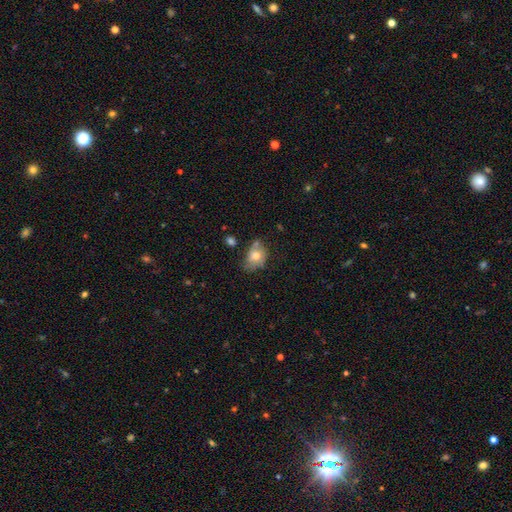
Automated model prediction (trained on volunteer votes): A smooth galaxy with no disk features (68%) that is in between round and cigar-shaped (64%).

Vote fractions:
- Smooth or featured? smooth: 68% / featured or disk: 23% / star or artifact: 9%
- How rounded? in between: 64% / round: 35% / cigar-shaped: 1%
- Merging? none: 49% / minor disturbance: 31% / merger: 11% / major disturbance: 9%